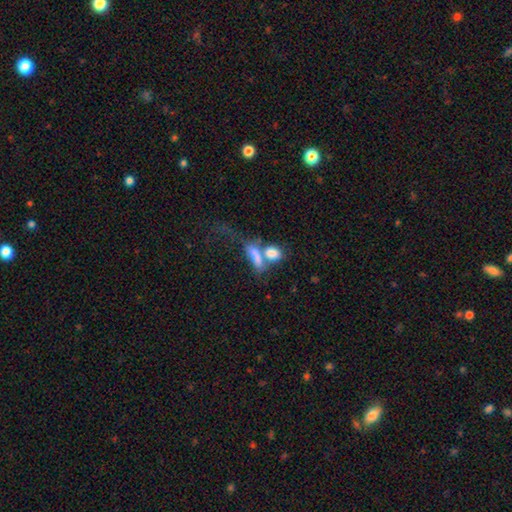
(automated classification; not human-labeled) Smooth or featured? smooth (72%)
How rounded? in between (70%)
Merging? merger (61%)